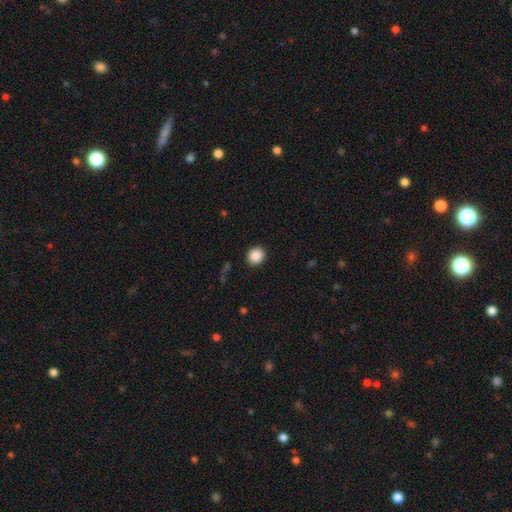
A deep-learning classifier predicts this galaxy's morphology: smooth 89%, star or artifact 9%, featured or disk 3%. Down the decision tree: how rounded — round (83%); merging — none (91%).